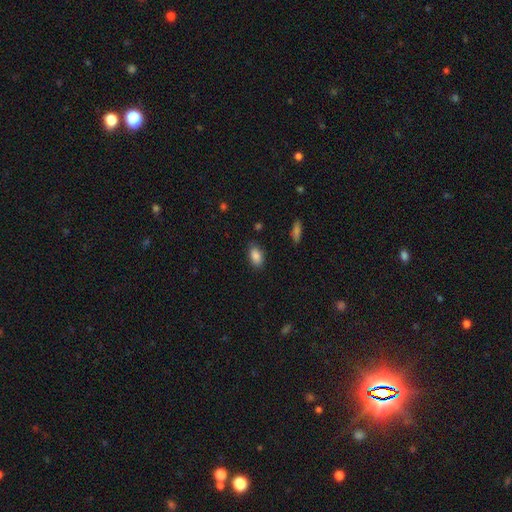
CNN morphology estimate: Q: Smooth or featured?
A: smooth (87%); runner-up: star or artifact (8%)
Q: How rounded?
A: in between (91%); runner-up: round (6%)
Q: Merging?
A: none (82%); runner-up: minor disturbance (13%)